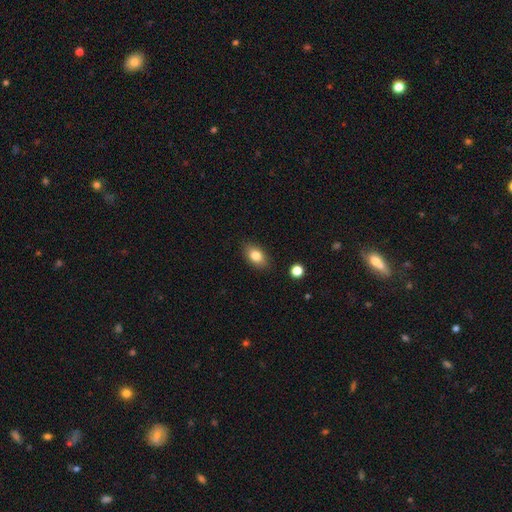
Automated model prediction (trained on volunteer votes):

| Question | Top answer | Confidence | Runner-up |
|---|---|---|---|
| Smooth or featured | smooth | 81% | featured or disk (10%) |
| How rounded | in between | 86% | round (12%) |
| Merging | none | 86% | minor disturbance (10%) |